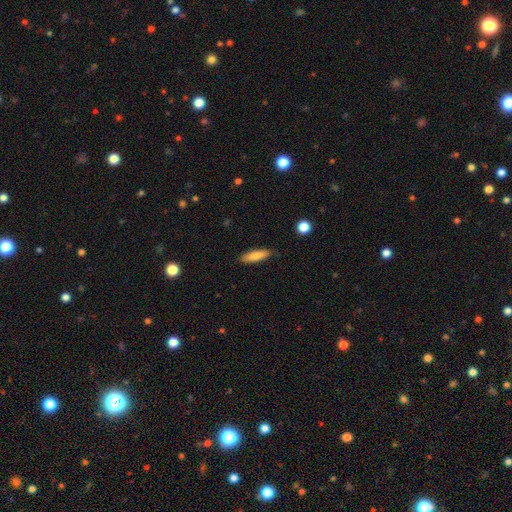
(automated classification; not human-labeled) The model was most divided on "how rounded": cigar-shaped: 64%, in between: 34%, round: 2%. More confident: merging — none (83%); smooth or featured — smooth (76%).